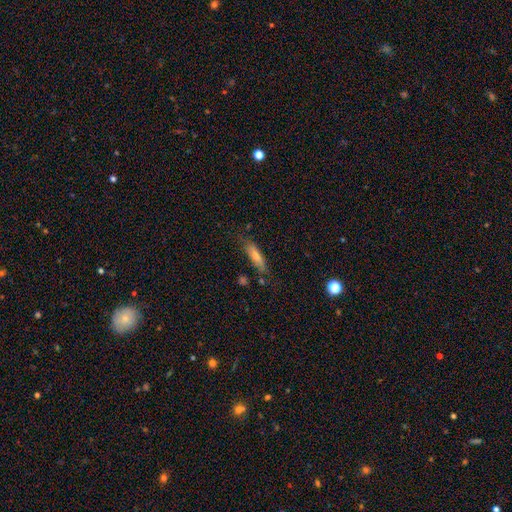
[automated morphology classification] This is possibly a smooth galaxy (57%). How rounded: likely cigar-shaped (71%). Merging: likely none (74%).